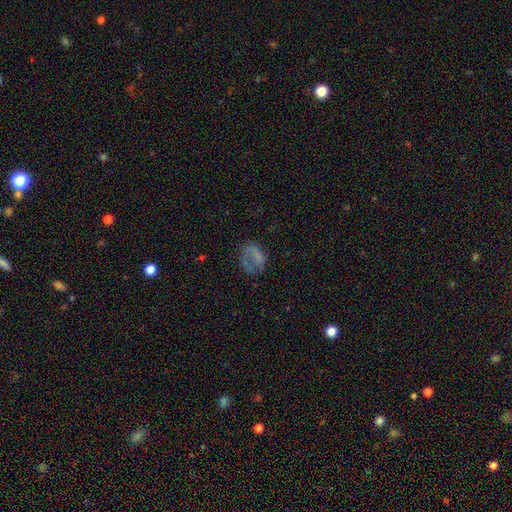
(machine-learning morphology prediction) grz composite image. It shows a smooth galaxy with no disk features (46%). Merging: none (41%).